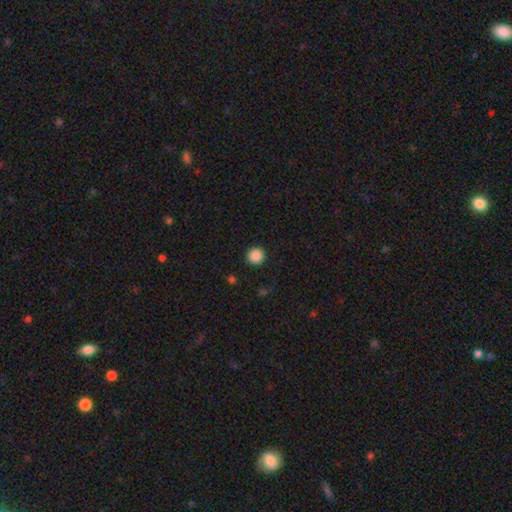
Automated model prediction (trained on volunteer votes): A smooth galaxy with no disk features (88%) that is round (94%). Merging: none (92%).